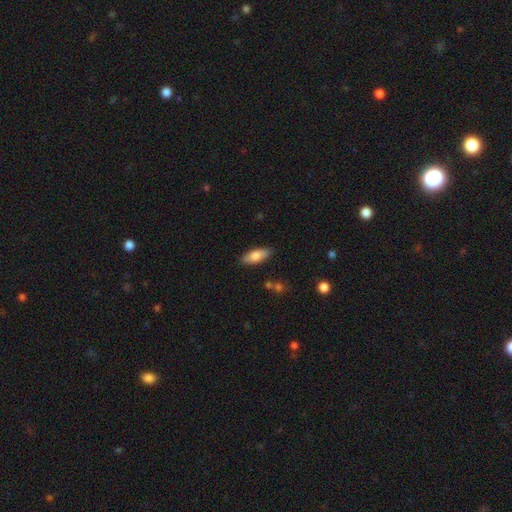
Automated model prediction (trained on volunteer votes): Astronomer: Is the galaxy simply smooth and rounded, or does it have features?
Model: smooth — 77%.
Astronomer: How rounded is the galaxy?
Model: in between — 78%.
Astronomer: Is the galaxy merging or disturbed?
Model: none — 86%.